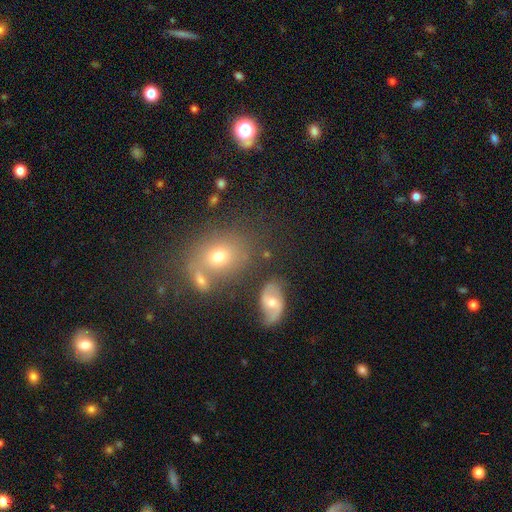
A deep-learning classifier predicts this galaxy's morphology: type=smooth (56%); roundness=round (50%); merging=none (61%).